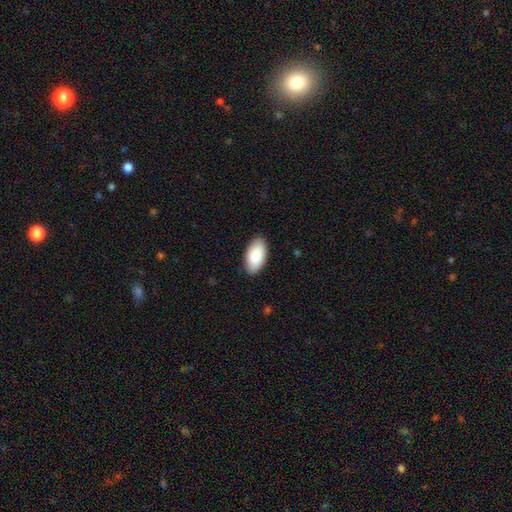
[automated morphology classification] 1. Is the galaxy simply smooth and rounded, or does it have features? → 89% smooth, 5% featured or disk, 5% star or artifact.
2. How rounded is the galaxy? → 96% in between, 2% round, 2% cigar-shaped.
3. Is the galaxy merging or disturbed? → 87% none, 10% minor disturbance, 2% major disturbance, 1% merger.